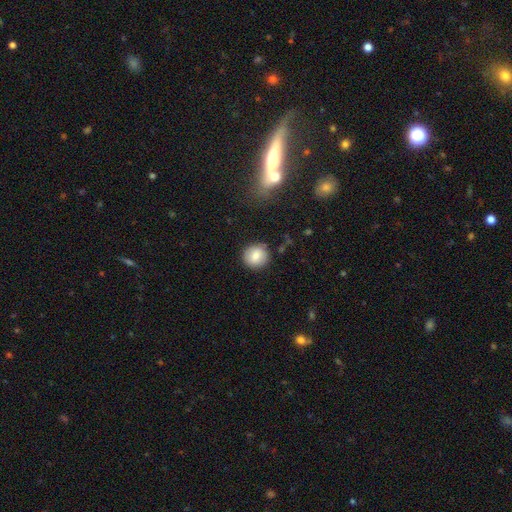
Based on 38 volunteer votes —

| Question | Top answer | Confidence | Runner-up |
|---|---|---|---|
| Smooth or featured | smooth | 84% | featured or disk (8%) |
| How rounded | round | 88% | in between (12%) |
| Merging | none | 86% | minor disturbance (9%) |